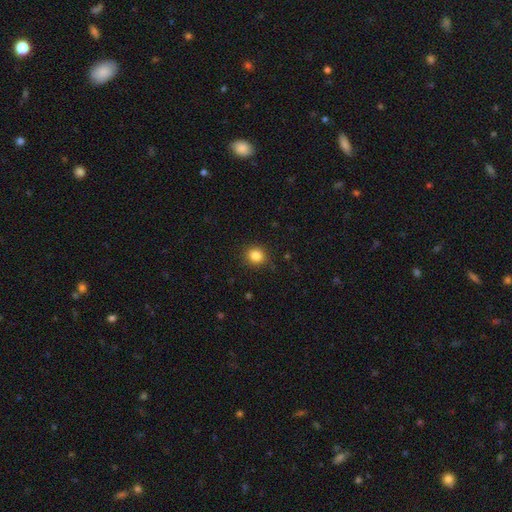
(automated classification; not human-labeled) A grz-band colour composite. It shows a smooth galaxy with no disk features (84%) that is round (85%). Merging: none (88%).